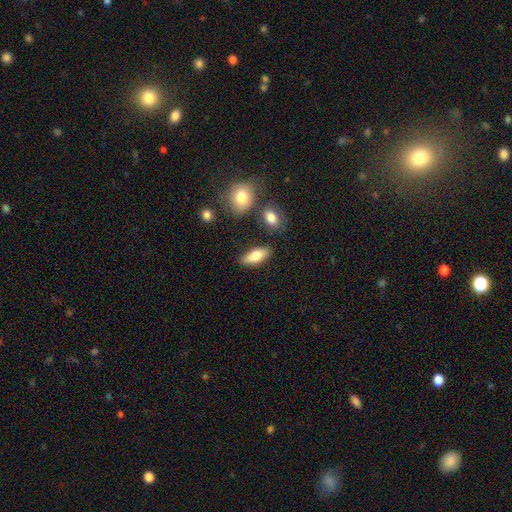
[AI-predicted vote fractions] This is likely a smooth galaxy (79%). How rounded: likely in between (78%). Merging: clearly none (81%).